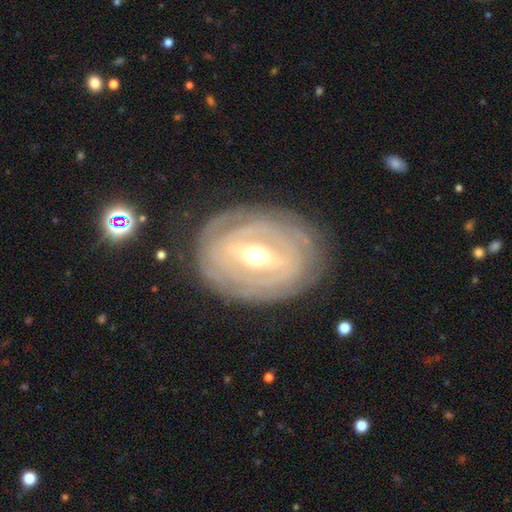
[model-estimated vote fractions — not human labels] Overall: featured or disk (84%). Edge-on disk: no (93%). Bar: strong (56%; weak 32%). Spiral arms: yes (77%). Spiral arm count: can't tell (46%; 2 23%). Spiral winding: tight (81%). Bulge size: moderate (73%). Merging: none (80%).